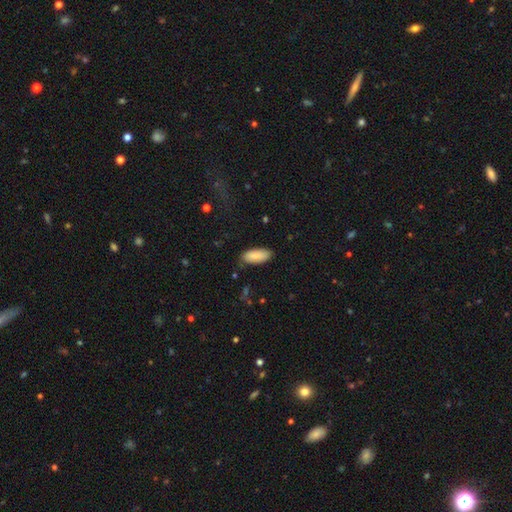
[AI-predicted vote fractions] Smooth or featured? Predicted: smooth (p=0.88). How rounded? Predicted: in between (p=0.82). Merging? Predicted: none (p=0.80).